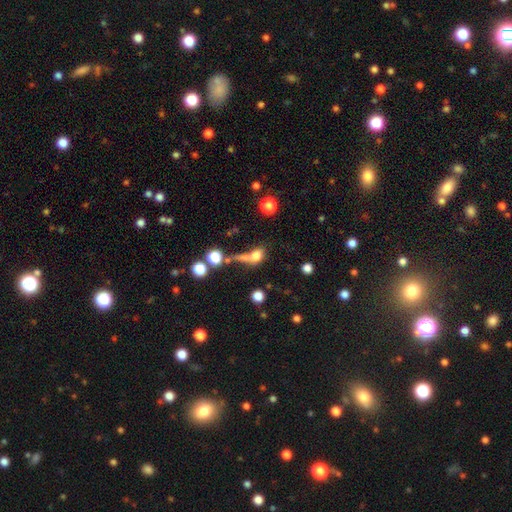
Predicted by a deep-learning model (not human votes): Overall: smooth (70%). How rounded: in between (51%; round 40%). Merging: merger (42%; none 29%).